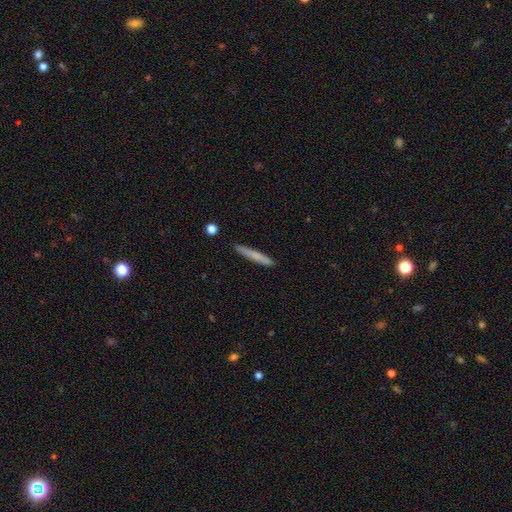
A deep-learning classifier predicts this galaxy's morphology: This appears to be a smooth galaxy with no disk features (68%) that is cigar-shaped (96%). Merging: none (89%).